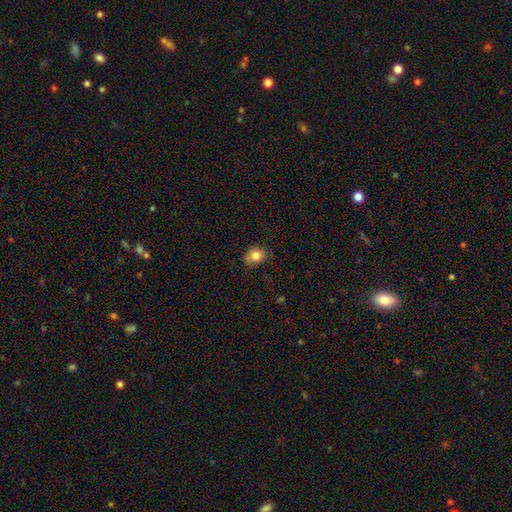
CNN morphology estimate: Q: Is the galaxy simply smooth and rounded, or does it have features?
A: smooth — 83%.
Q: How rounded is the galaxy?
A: round — 60%.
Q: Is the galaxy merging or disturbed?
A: none — 76%.